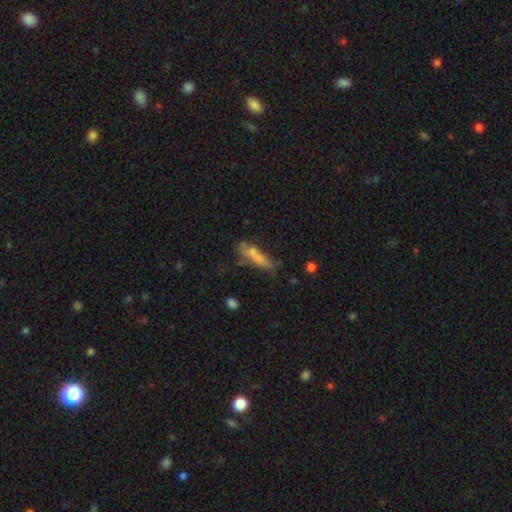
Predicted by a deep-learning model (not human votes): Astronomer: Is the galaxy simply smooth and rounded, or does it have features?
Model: smooth — 64%.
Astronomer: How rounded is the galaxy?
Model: cigar-shaped — 73%.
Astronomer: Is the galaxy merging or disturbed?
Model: none — 50%.